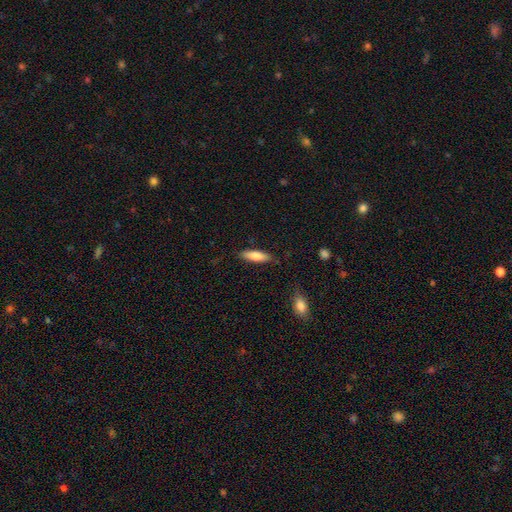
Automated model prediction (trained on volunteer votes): smooth-or-featured: smooth: 80% | featured or disk: 14% | star or artifact: 6%
  how-rounded: cigar-shaped: 53% | in between: 45% | round: 2%
  merging: none: 83% | minor disturbance: 13% | major disturbance: 3% | merger: 2%